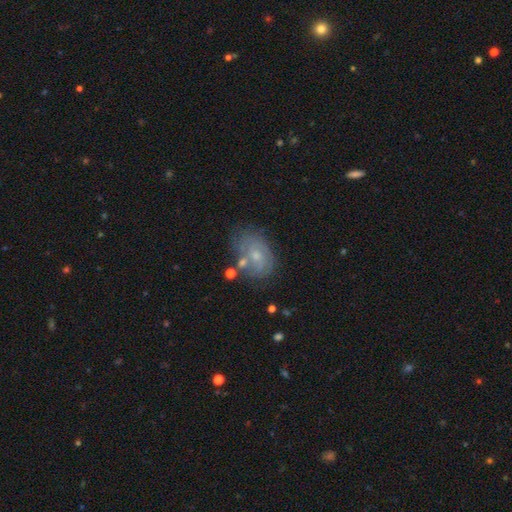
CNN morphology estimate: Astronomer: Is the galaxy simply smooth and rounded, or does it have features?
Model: featured or disk — 61%.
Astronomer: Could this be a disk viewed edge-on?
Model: no — 96%.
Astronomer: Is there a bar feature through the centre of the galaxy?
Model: no — 74%.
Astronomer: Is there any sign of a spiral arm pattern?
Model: yes — 73%.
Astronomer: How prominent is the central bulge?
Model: small — 60%.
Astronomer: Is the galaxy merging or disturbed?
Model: none — 58%.